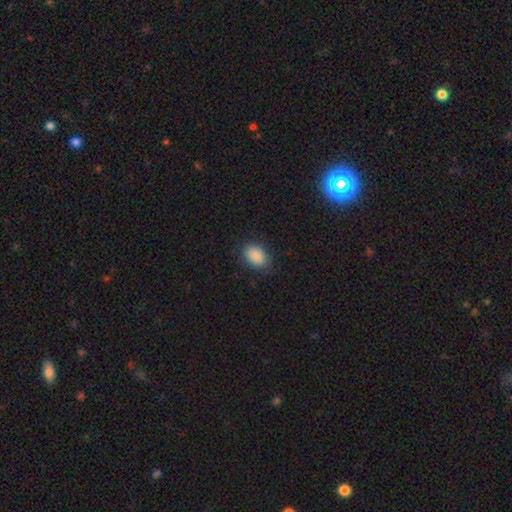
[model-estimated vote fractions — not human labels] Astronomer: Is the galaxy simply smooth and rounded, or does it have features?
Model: smooth — 89%.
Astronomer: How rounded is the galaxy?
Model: in between — 81%.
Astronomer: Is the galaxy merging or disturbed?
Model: none — 84%.